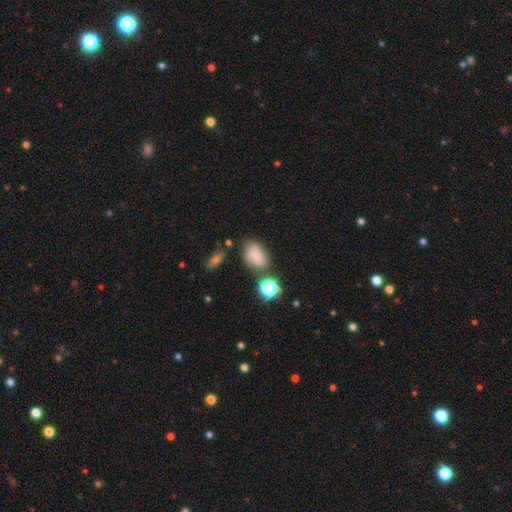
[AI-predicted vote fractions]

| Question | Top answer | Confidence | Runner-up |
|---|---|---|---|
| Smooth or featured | smooth | 69% | star or artifact (16%) |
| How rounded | in between | 79% | round (20%) |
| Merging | none | 58% | minor disturbance (23%) |